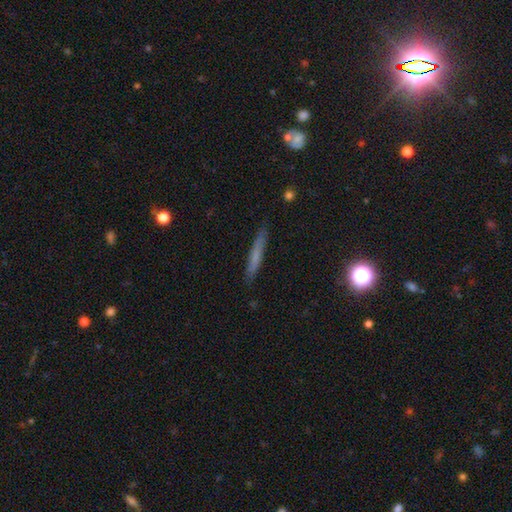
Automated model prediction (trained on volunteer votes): Q: Smooth or featured?
A: smooth (61%); runner-up: featured or disk (30%)
Q: How rounded?
A: cigar-shaped (94%); runner-up: in between (4%)
Q: Merging?
A: none (88%); runner-up: minor disturbance (9%)